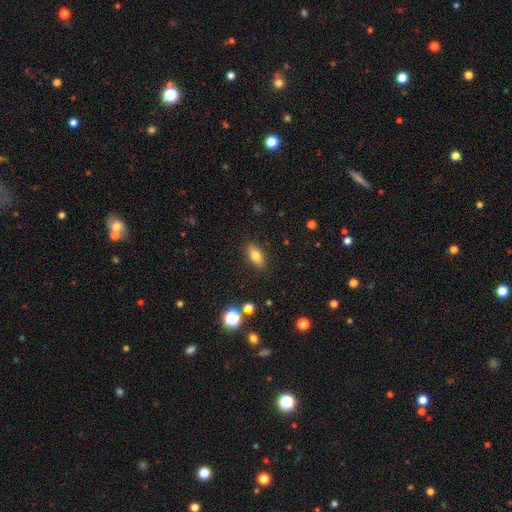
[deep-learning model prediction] The model was most divided on "how rounded": in between: 76%, cigar-shaped: 19%, round: 5%. More confident: merging — none (87%); smooth or featured — smooth (76%).